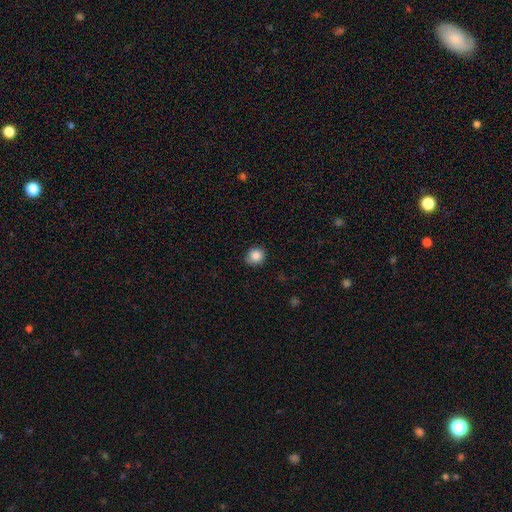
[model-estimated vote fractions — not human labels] The model was most divided on "how rounded": round: 86%, in between: 13%, cigar-shaped: 1%. More confident: smooth or featured — smooth (86%); merging — none (86%).